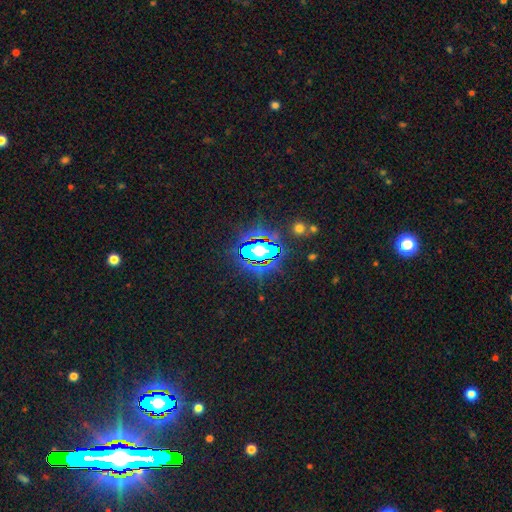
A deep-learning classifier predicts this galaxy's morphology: Smooth or featured? Predicted: star or artifact (p=0.74).